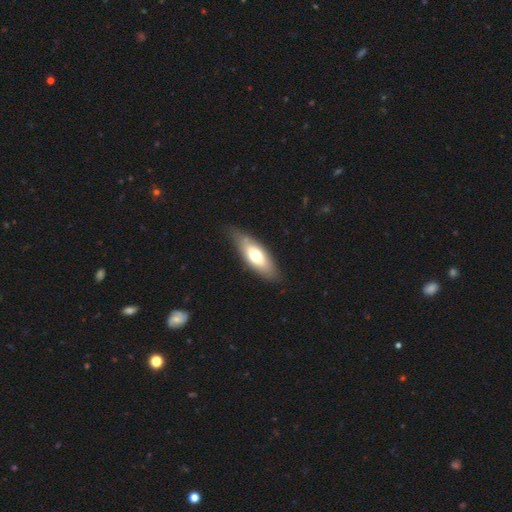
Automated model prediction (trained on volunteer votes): Morphology: type=smooth (59%); roundness=in between (71%); merging=none (73%).